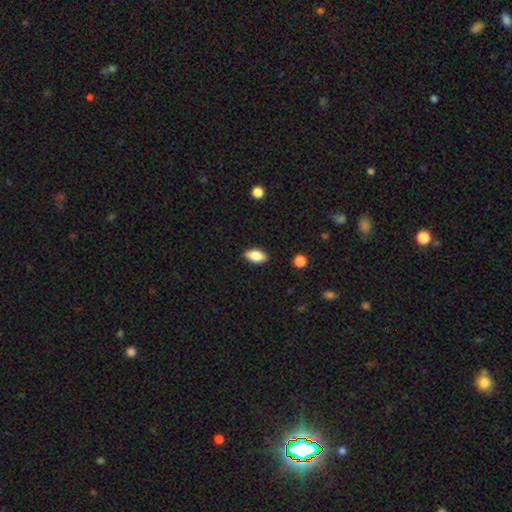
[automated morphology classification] This is clearly a smooth galaxy (83%). How rounded: clearly in between (92%). Merging: clearly none (89%).